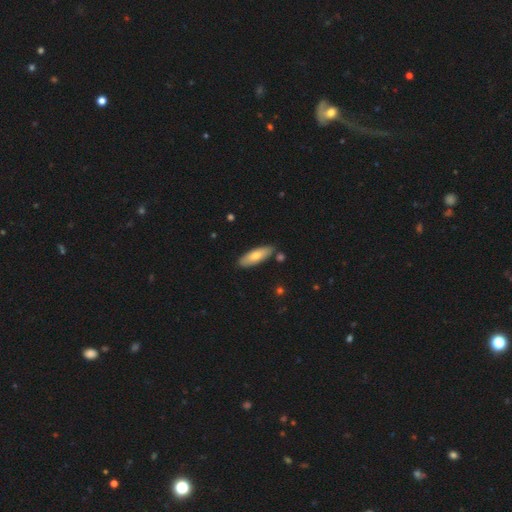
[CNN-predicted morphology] This appears to be a smooth galaxy with no disk features (74%) that is in between round and cigar-shaped (57%). Merging: none (83%).